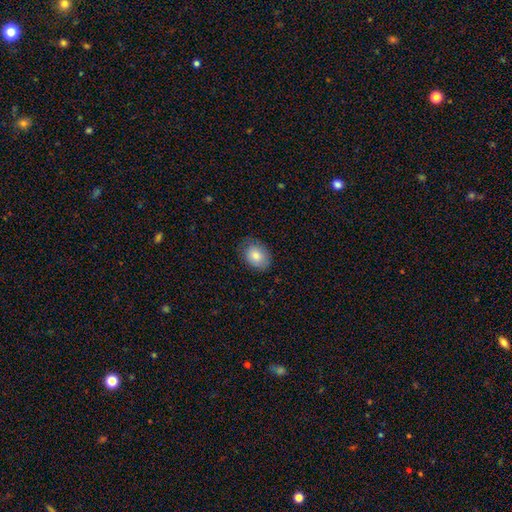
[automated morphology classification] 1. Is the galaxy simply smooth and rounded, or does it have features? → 80% smooth, 13% featured or disk, 7% star or artifact.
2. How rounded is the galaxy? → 69% in between, 30% round, 1% cigar-shaped.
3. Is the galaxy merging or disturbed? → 75% none, 20% minor disturbance, 4% major disturbance, 1% merger.